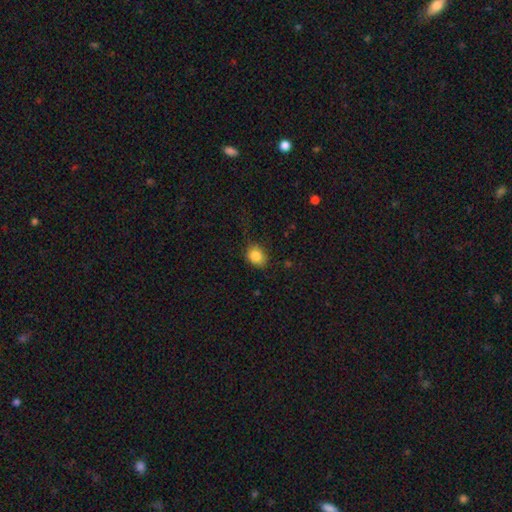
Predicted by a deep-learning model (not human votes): A smooth galaxy with no disk features (84%) that is round (52%).

Vote fractions:
- Smooth or featured? smooth: 84% / star or artifact: 9% / featured or disk: 6%
- How rounded? round: 52% / in between: 47% / cigar-shaped: 1%
- Merging? none: 76% / minor disturbance: 18% / major disturbance: 4% / merger: 1%